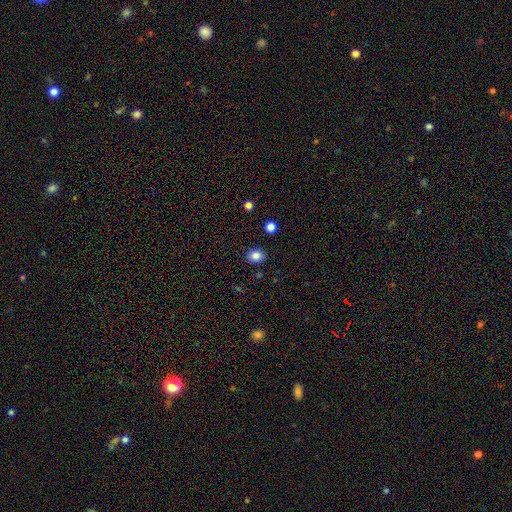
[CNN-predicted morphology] A smooth galaxy with no disk features (85%) that is round (62%). Merging: none (88%).